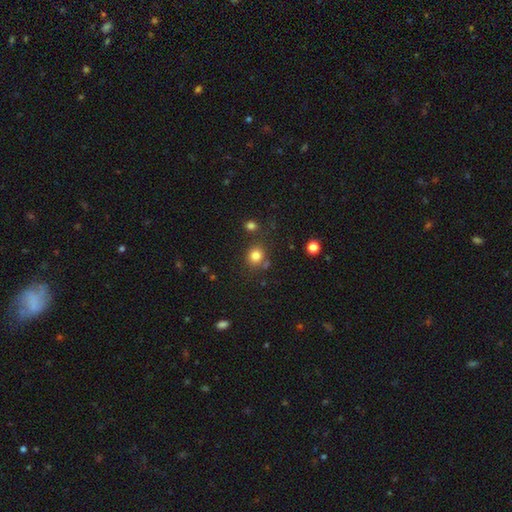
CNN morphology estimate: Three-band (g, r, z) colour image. It shows a smooth galaxy with no disk features (81%) that is round (80%). Merging: none (75%).